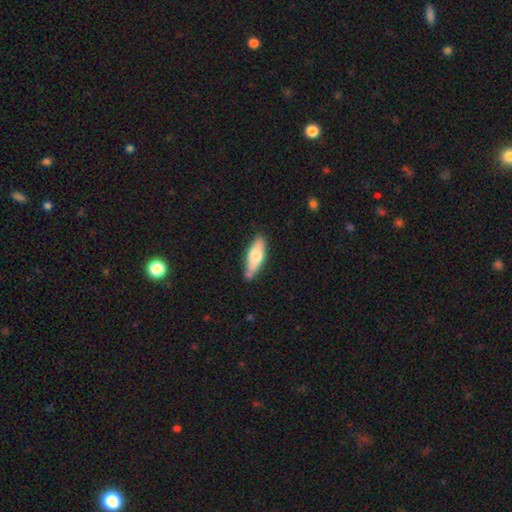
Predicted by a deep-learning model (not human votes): Smooth or featured? smooth (65%)
How rounded? in between (61%)
Merging? none (72%)